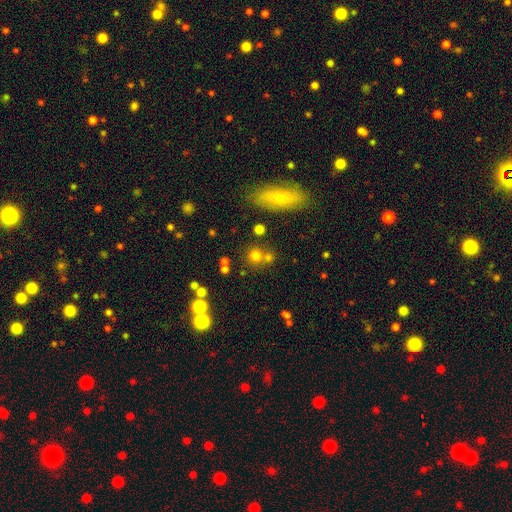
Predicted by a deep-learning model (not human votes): Smooth or featured? smooth (70%)
How rounded? round (89%)
Merging? none (65%)